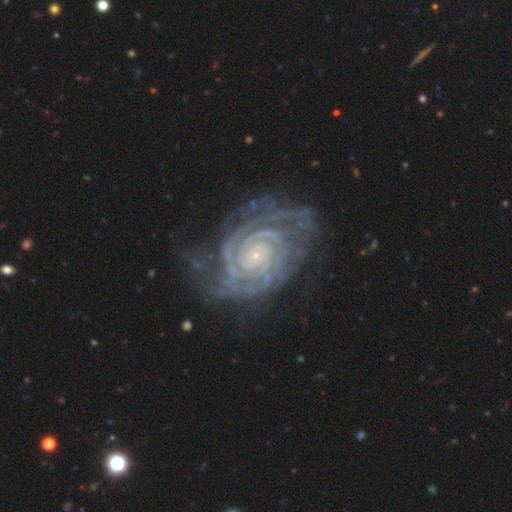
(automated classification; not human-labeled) This is clearly a featured or disk galaxy (90%). It is clearly not viewed edge-on (98%). Bar: likely no (68%). Spiral arm pattern: clearly yes (98%). Spiral arm count: marginally 2 (33%). Spiral winding: likely tight (79%). Central bulge: clearly small (83%). Merging: likely none (67%).